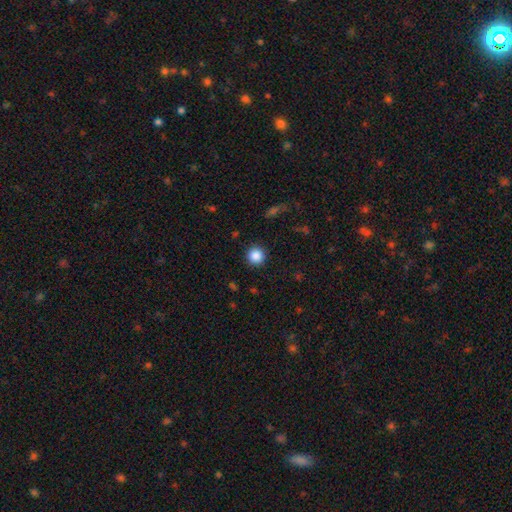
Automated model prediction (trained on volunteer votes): smooth_or_featured: smooth (p=0.87) [alt: star or artifact p=0.10]
how_rounded: round (p=0.96) [alt: in between p=0.04]
merging: none (p=0.92) [alt: minor disturbance p=0.05]